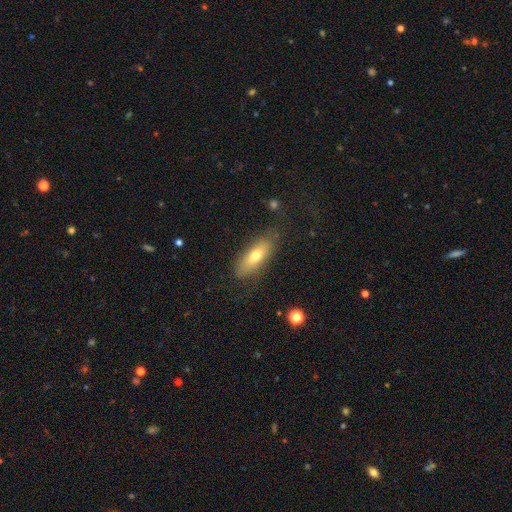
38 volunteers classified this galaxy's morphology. smooth 76%, featured or disk 24%, star or artifact 0%. Down the decision tree: how rounded — in between (59%); merging — none (76%).